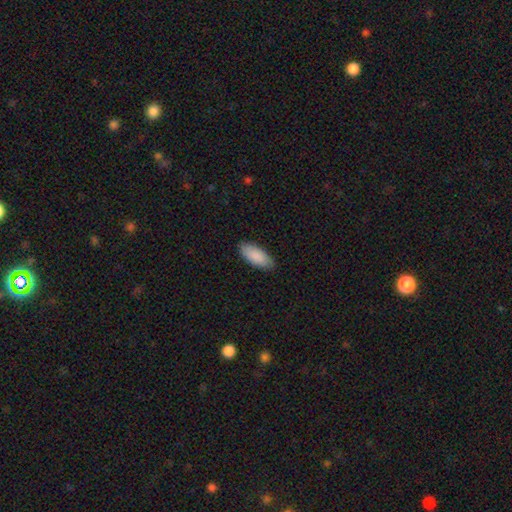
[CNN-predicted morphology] Smooth or featured? smooth (90%)
How rounded? in between (86%)
Merging? none (86%)